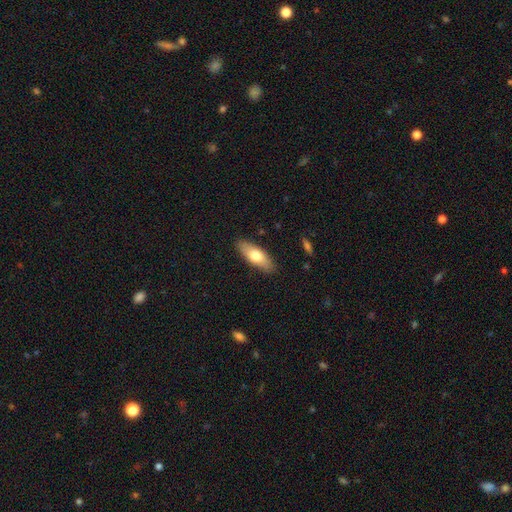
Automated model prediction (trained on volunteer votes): Q: Smooth or featured?
A: smooth (69%); runner-up: featured or disk (25%)
Q: How rounded?
A: in between (71%); runner-up: cigar-shaped (26%)
Q: Merging?
A: none (87%); runner-up: minor disturbance (10%)